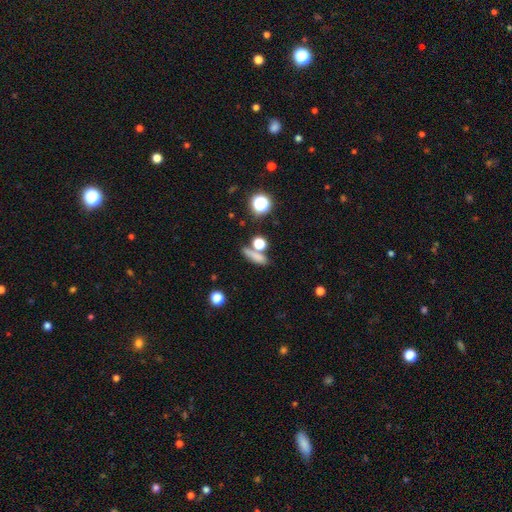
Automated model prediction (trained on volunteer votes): smooth-or-featured: smooth: 73% | star or artifact: 14% | featured or disk: 13%
  how-rounded: cigar-shaped: 49% | in between: 32% | round: 18%
  merging: none: 63% | merger: 19% | minor disturbance: 12% | major disturbance: 6%